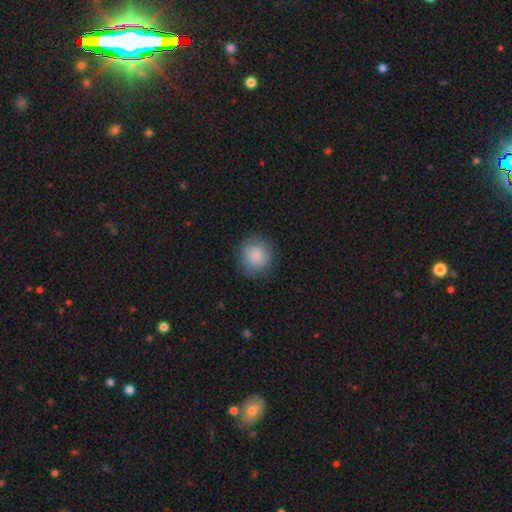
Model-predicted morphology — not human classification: Smooth or featured? Predicted: smooth (p=0.87). How rounded? Predicted: round (p=0.93). Merging? Predicted: none (p=0.86).